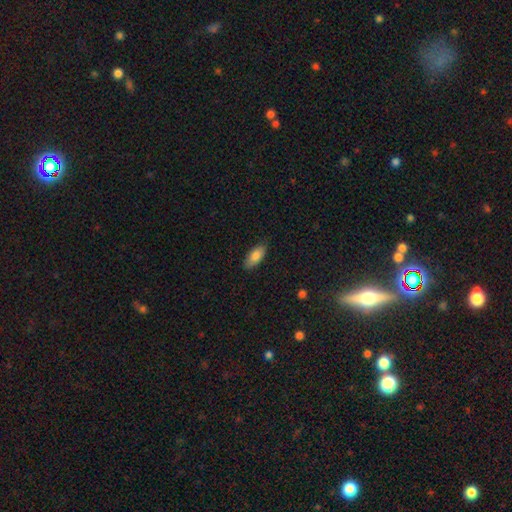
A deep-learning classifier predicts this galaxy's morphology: A smooth galaxy with no disk features (84%) that is in between round and cigar-shaped (85%).

Vote fractions:
- Smooth or featured? smooth: 84% / featured or disk: 10% / star or artifact: 6%
- How rounded? in between: 85% / cigar-shaped: 13% / round: 2%
- Merging? none: 84% / minor disturbance: 13% / major disturbance: 2% / merger: 1%